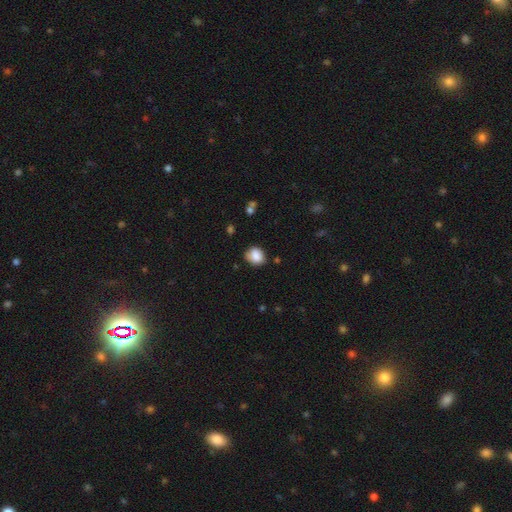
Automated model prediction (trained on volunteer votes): Smooth or featured? smooth (86%)
How rounded? round (60%)
Merging? none (74%)